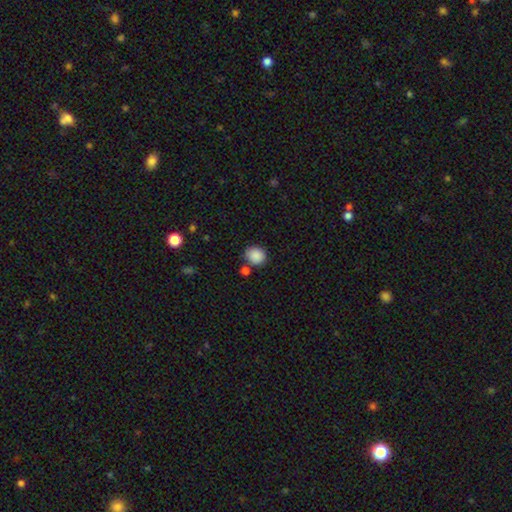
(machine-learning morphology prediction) Smooth or featured?
  - smooth: 88% *
  - star or artifact: 9%
  - featured or disk: 3%
How rounded?
  - round: 71% *
  - in between: 28%
  - cigar-shaped: 1%
Merging?
  - none: 75% *
  - minor disturbance: 12%
  - merger: 10%
  - major disturbance: 3%